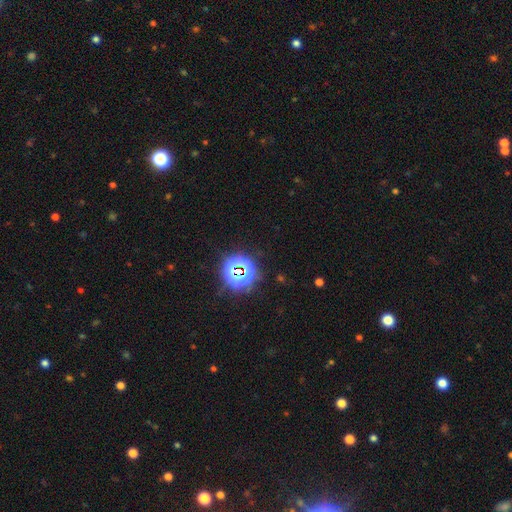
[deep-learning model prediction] The model was most divided on "smooth or featured": star or artifact: 83%, smooth: 10%, featured or disk: 7%.